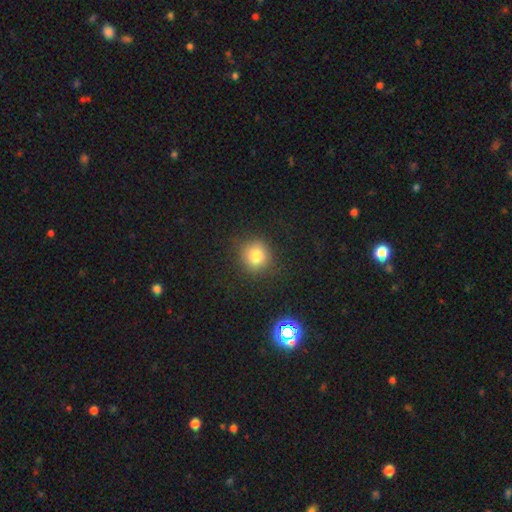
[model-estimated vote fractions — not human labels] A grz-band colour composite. It shows a smooth galaxy with no disk features (79%) that is round (87%). Merging: none (83%).